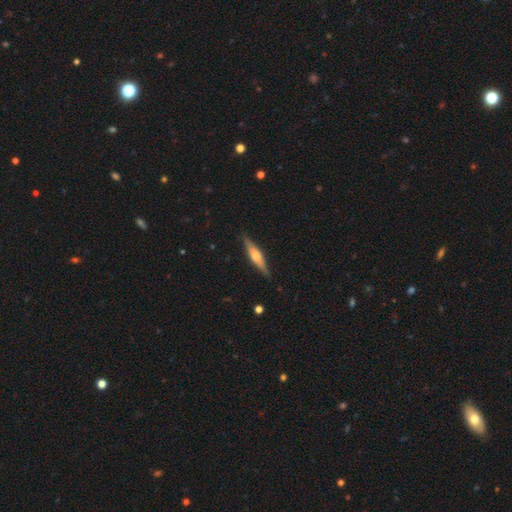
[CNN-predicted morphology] This appears to be a featured or disk galaxy (61%) viewed edge-on (96%) with a rounded central bulge (83%). Merging: none (88%).